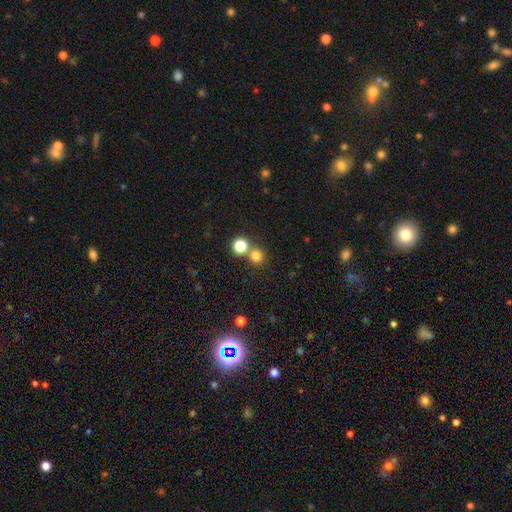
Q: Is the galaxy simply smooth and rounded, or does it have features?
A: smooth — 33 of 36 (92%).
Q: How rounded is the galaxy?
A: round — 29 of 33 (88%).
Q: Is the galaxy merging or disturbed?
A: none — 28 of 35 (80%).